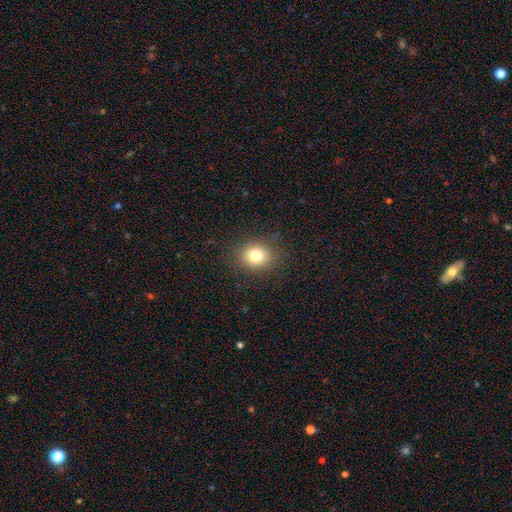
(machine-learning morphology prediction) smooth-or-featured: smooth: 79% | star or artifact: 13% | featured or disk: 8%
  how-rounded: round: 73% | in between: 26% | cigar-shaped: 1%
  merging: none: 87% | minor disturbance: 9% | major disturbance: 3% | merger: 1%